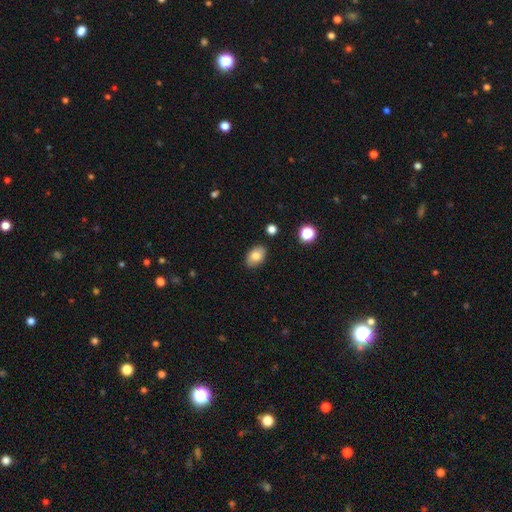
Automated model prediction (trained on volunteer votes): smooth 79%, featured or disk 13%, star or artifact 9%. Down the decision tree: how rounded — in between (86%); merging — none (85%).